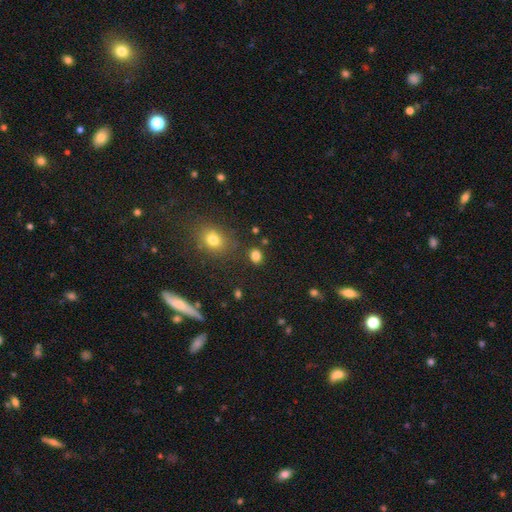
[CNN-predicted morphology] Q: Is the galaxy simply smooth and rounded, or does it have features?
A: smooth — 82%.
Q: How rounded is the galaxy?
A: round — 54%.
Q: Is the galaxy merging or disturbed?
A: none — 83%.